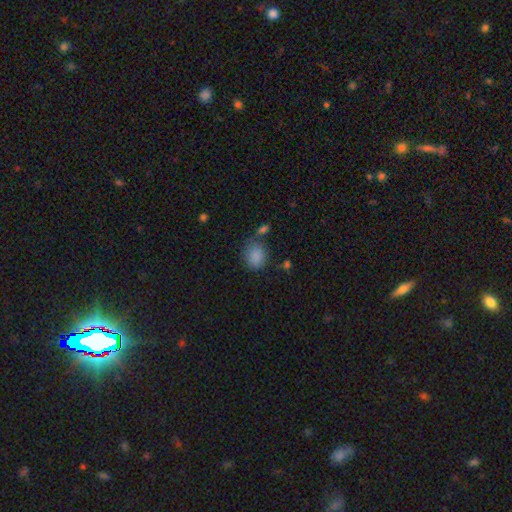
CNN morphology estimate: Overall: smooth (85%). How rounded: in between (51%; round 47%). Merging: none (59%; minor disturbance 22%).